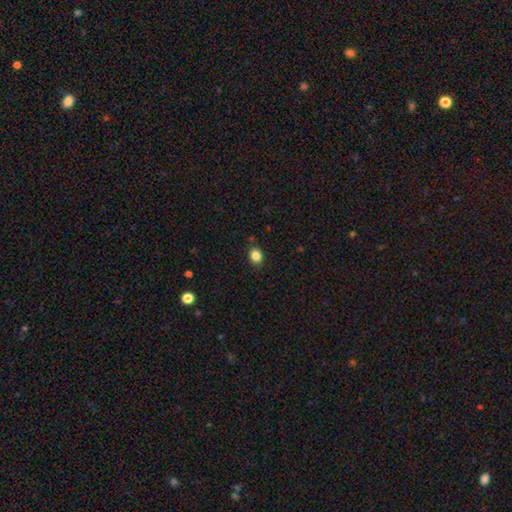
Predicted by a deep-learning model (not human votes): Morphology: type=smooth (85%); roundness=round (61%); merging=none (87%).